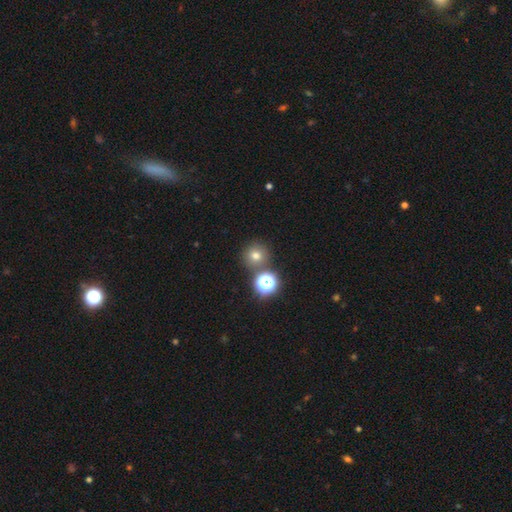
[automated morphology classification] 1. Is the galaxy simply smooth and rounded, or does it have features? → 71% smooth, 20% star or artifact, 8% featured or disk.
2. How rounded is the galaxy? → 93% round, 6% in between, 1% cigar-shaped.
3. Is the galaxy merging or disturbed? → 79% none, 11% merger, 7% minor disturbance, 3% major disturbance.